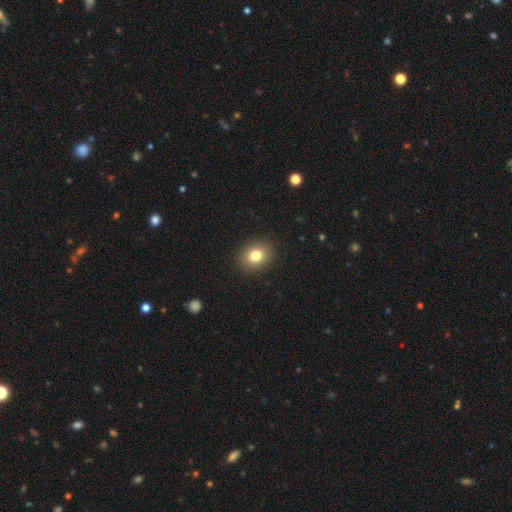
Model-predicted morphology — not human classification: smooth_or_featured: smooth (p=0.81) [alt: star or artifact p=0.11]
how_rounded: round (p=0.58) [alt: in between p=0.41]
merging: none (p=0.90) [alt: minor disturbance p=0.07]